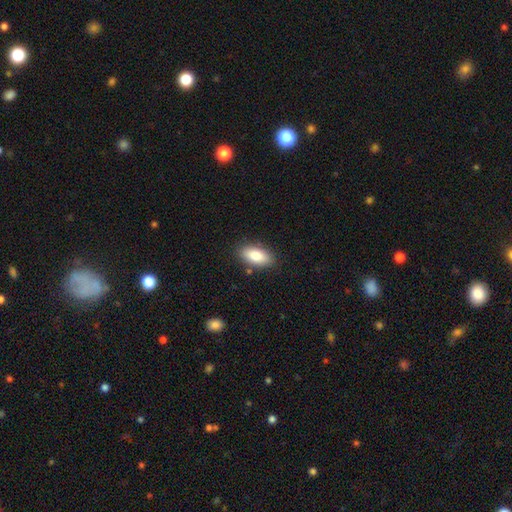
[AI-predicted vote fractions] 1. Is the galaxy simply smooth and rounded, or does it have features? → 83% smooth, 10% featured or disk, 7% star or artifact.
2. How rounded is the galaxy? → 89% in between, 8% cigar-shaped, 3% round.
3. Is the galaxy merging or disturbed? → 86% none, 10% minor disturbance, 2% major disturbance, 2% merger.